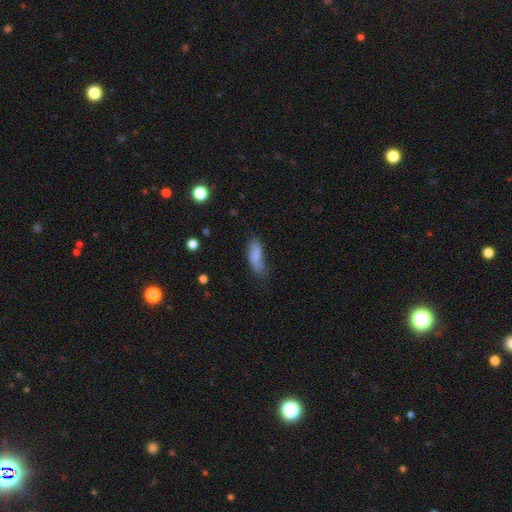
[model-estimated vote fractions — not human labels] Morphology: type=smooth (77%); roundness=in between (71%); merging=none (49%).